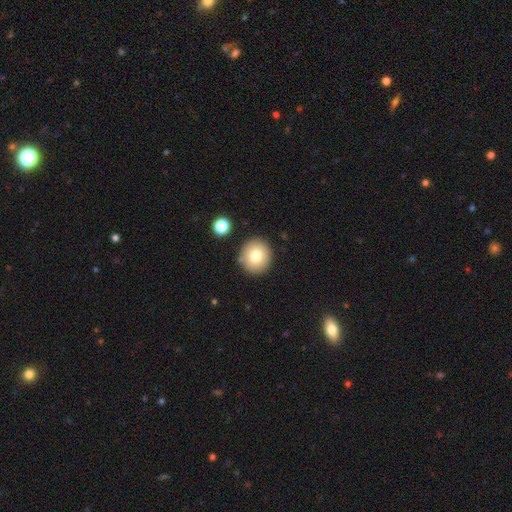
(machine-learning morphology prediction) type=smooth (79%); roundness=round (91%); merging=none (87%).